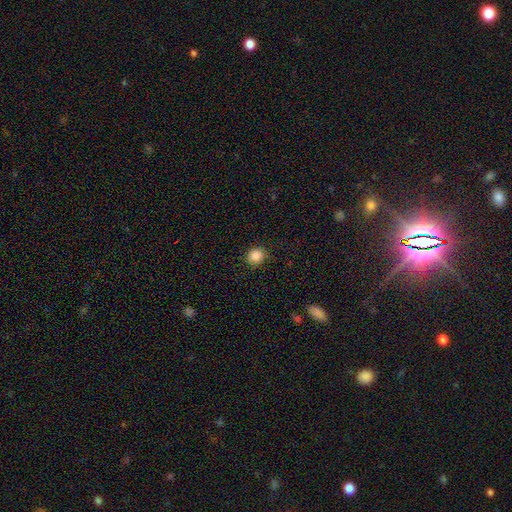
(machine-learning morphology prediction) Smooth or featured: smooth — 86% (star or artifact — 10%)
How rounded: round — 85% (in between — 14%)
Merging: none — 88% (minor disturbance — 9%)